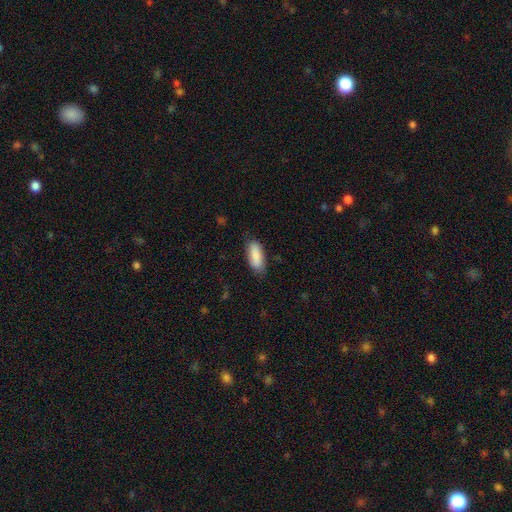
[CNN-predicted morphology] smooth-or-featured: smooth: 88% | featured or disk: 6% | star or artifact: 6%
  how-rounded: in between: 79% | cigar-shaped: 20% | round: 2%
  merging: none: 78% | minor disturbance: 17% | major disturbance: 4% | merger: 1%